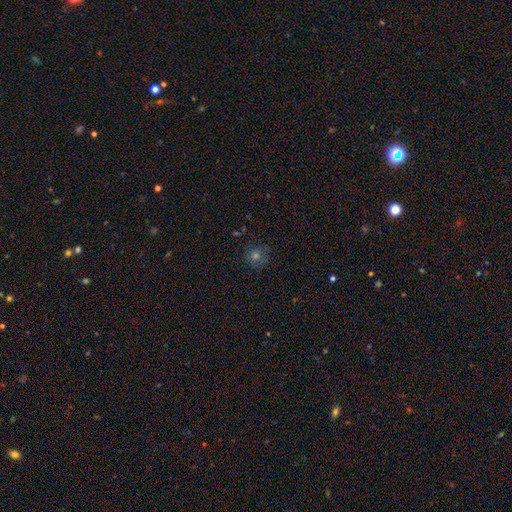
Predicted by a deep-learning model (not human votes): The model was most divided on "smooth or featured": smooth: 63%, star or artifact: 27%, featured or disk: 10%. More confident: how rounded — round (91%); merging — none (84%).